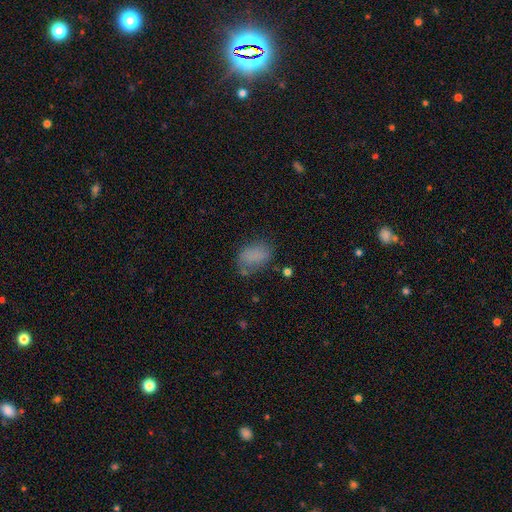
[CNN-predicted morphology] Smooth or featured: smooth — 78% (star or artifact — 11%)
How rounded: in between — 85% (round — 14%)
Merging: none — 59% (minor disturbance — 26%)